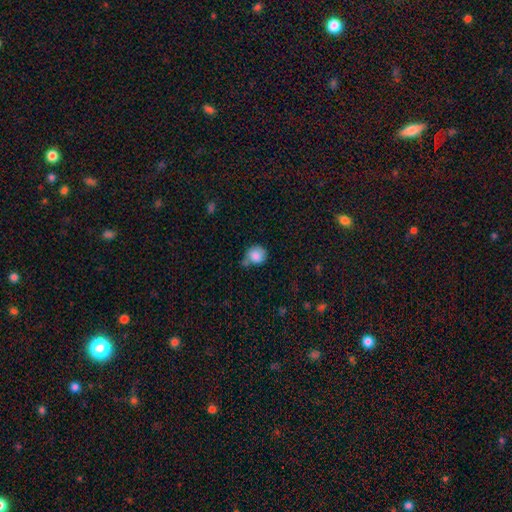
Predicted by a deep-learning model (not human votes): Smooth or featured? smooth (85%)
How rounded? round (81%)
Merging? none (52%)